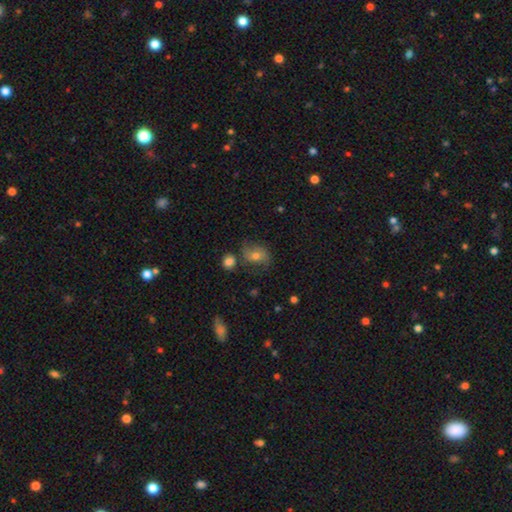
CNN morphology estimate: smooth-or-featured: smooth: 50% | featured or disk: 39% | star or artifact: 11%
  how-rounded: in between: 55% | round: 44% | cigar-shaped: 1%
  merging: none: 59% | minor disturbance: 23% | major disturbance: 10% | merger: 8%